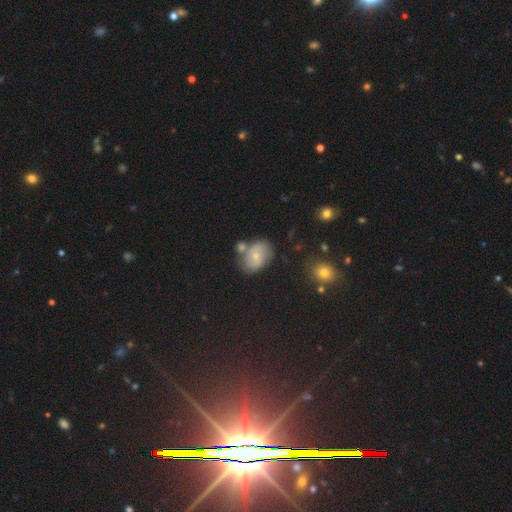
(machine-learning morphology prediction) smooth-or-featured: smooth: 49% | featured or disk: 41% | star or artifact: 10%
  merging: none: 53% | minor disturbance: 20% | merger: 19% | major disturbance: 7%